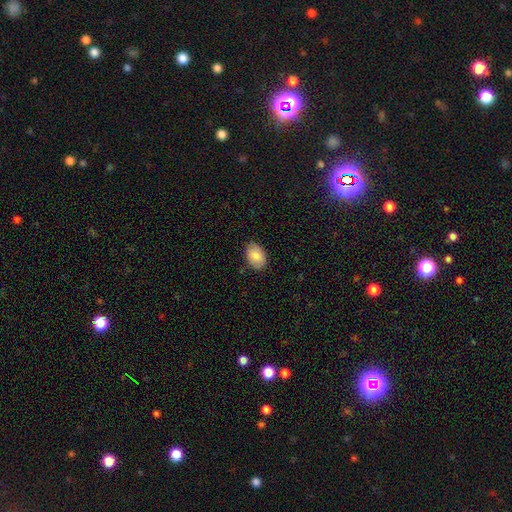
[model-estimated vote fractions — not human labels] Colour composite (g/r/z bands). It shows a smooth galaxy with no disk features (84%) that is in between round and cigar-shaped (87%). Merging: none (82%).